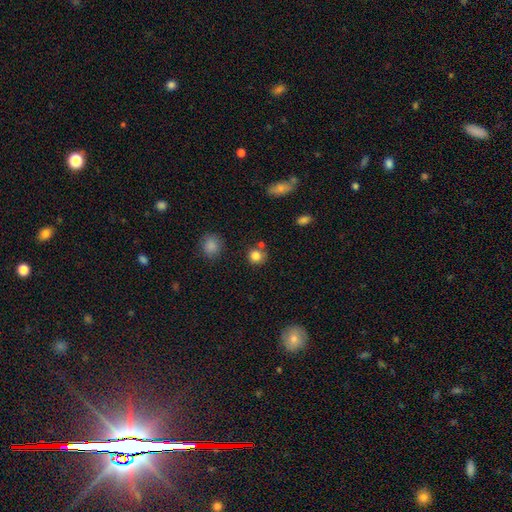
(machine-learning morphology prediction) Smooth or featured? Predicted: smooth (p=0.82). How rounded? Predicted: round (p=0.88). Merging? Predicted: none (p=0.73).